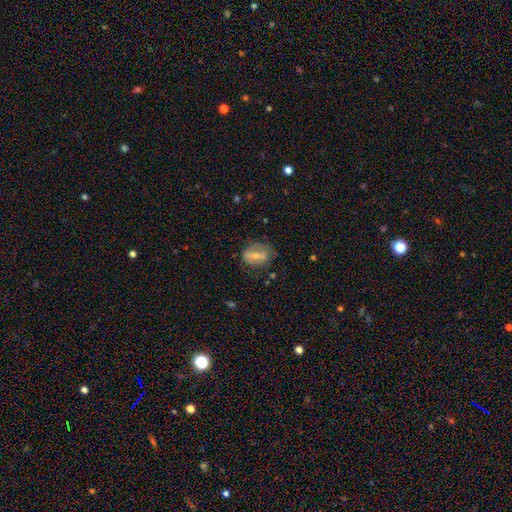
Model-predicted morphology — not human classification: Smooth or featured? Predicted: smooth (p=0.50). How rounded? Predicted: in between (p=0.71). Merging? Predicted: none (p=0.61).